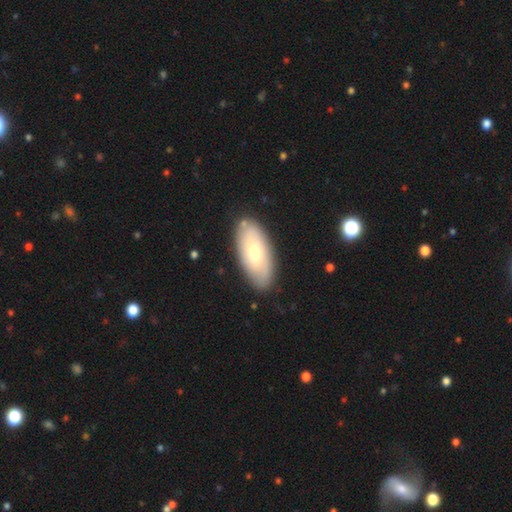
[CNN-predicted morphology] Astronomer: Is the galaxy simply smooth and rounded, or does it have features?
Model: smooth — 53% (runner-up: featured or disk, 41%).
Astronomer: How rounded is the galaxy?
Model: in between — 89%.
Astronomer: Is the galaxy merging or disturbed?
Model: none — 84%.